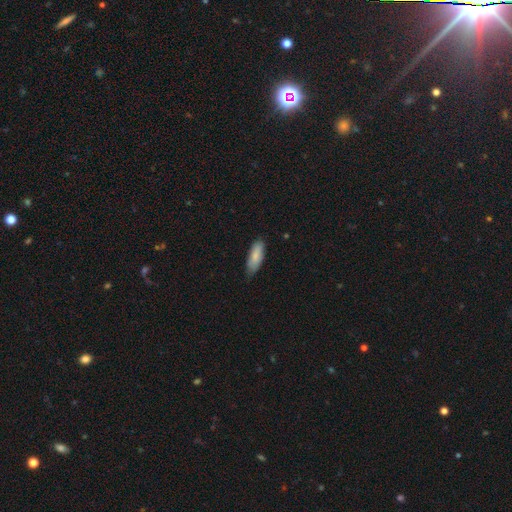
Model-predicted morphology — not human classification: Q: Smooth or featured?
A: smooth (84%); runner-up: featured or disk (10%)
Q: How rounded?
A: in between (67%); runner-up: cigar-shaped (32%)
Q: Merging?
A: none (74%); runner-up: minor disturbance (22%)